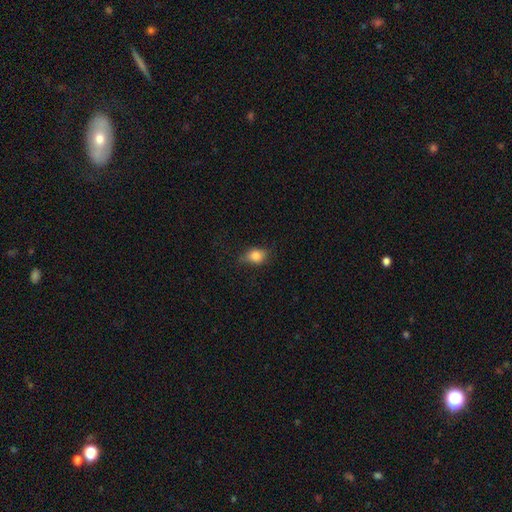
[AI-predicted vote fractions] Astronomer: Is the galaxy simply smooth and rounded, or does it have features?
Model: smooth — 79%.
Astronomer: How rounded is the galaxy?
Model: in between — 56% (runner-up: round, 41%).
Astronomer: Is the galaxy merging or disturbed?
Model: none — 62%.